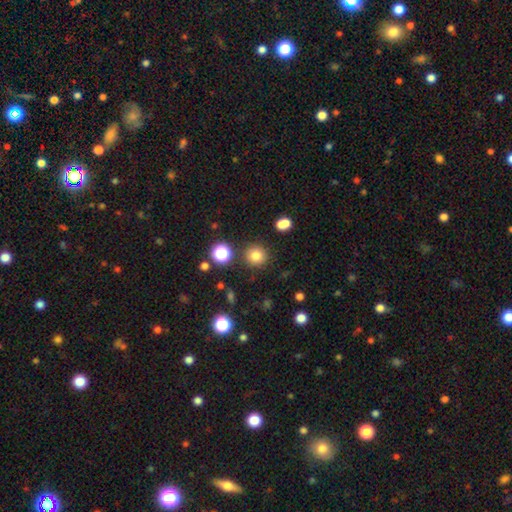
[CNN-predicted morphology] A smooth galaxy with no disk features (80%) that is round (92%). Merging: none (86%).